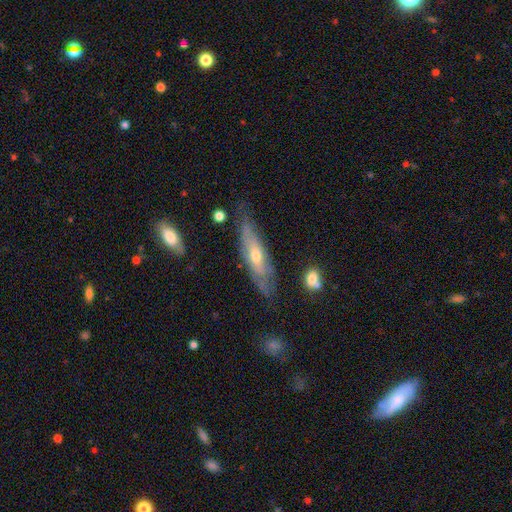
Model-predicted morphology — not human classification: Smooth or featured: featured or disk — 60% (smooth — 33%)
Edge-on disk: no — 53% (yes — 47%)
Merging: none — 65% (minor disturbance — 25%)